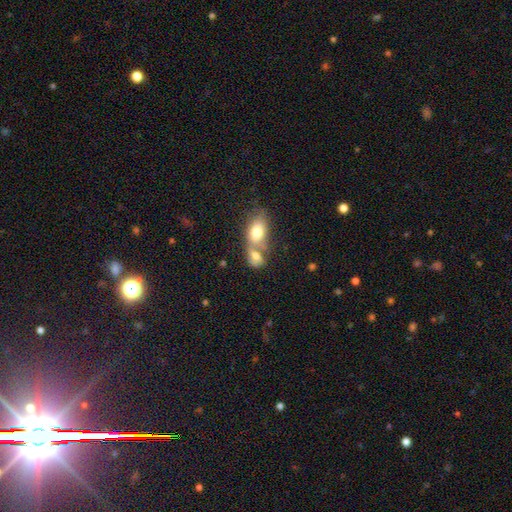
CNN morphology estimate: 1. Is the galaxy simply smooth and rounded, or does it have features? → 68% smooth, 22% featured or disk, 10% star or artifact.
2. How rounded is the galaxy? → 81% in between, 15% round, 4% cigar-shaped.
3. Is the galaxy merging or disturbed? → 65% merger, 21% none, 8% minor disturbance, 6% major disturbance.